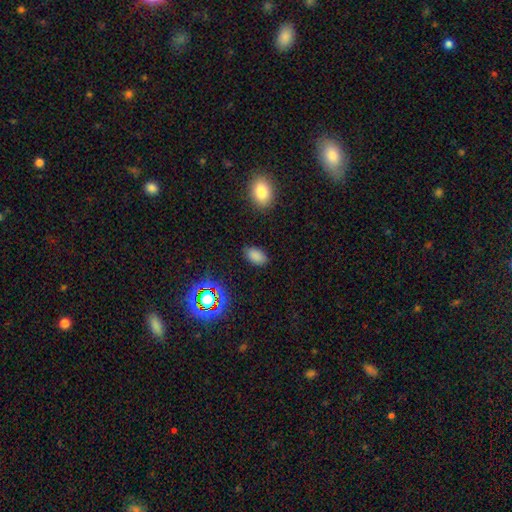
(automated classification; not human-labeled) Smooth or featured?
  - smooth: 81% *
  - star or artifact: 14%
  - featured or disk: 5%
How rounded?
  - in between: 92% *
  - round: 6%
  - cigar-shaped: 2%
Merging?
  - none: 85% *
  - minor disturbance: 11%
  - major disturbance: 3%
  - merger: 1%